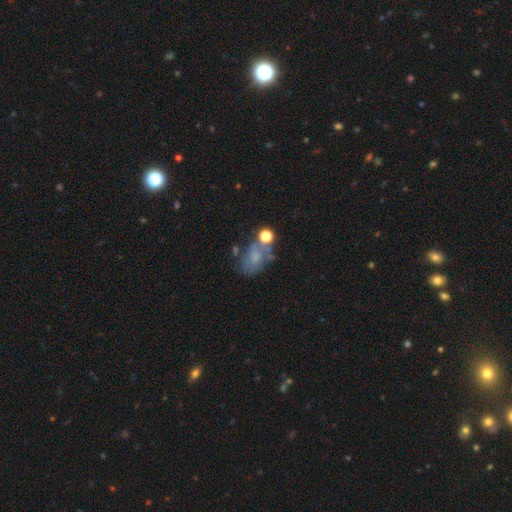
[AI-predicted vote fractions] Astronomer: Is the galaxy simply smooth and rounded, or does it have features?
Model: smooth — 48% (runner-up: featured or disk, 34%).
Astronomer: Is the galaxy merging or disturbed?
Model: none — 38% (runner-up: minor disturbance, 23%).